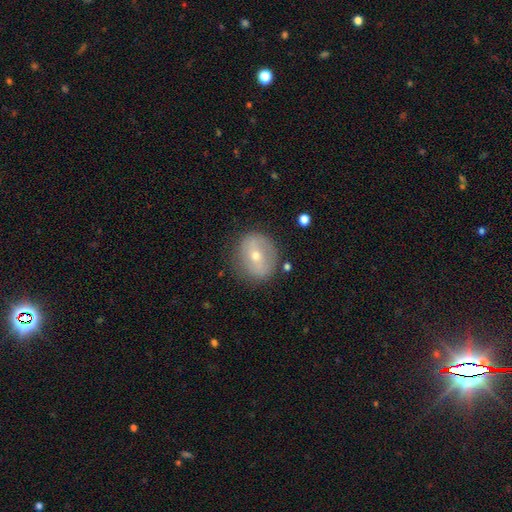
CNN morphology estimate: smooth_or_featured: featured or disk (p=0.47) [alt: smooth p=0.43]
merging: none (p=0.80) [alt: minor disturbance p=0.14]